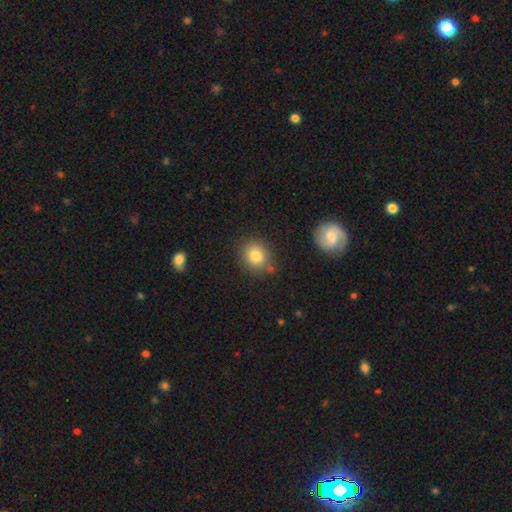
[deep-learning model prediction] Smooth or featured? smooth (82%)
How rounded? round (77%)
Merging? none (80%)